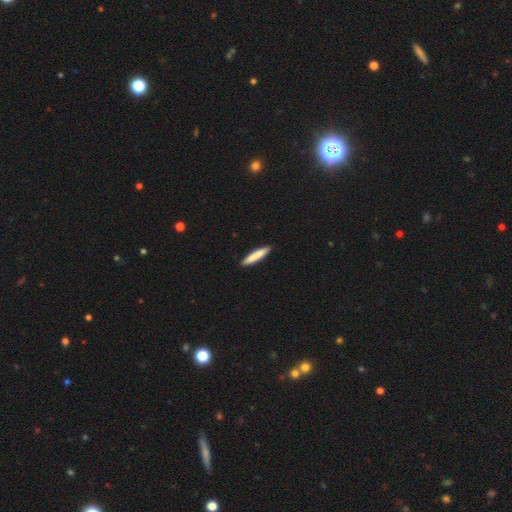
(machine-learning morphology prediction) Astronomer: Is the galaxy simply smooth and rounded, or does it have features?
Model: smooth — 82%.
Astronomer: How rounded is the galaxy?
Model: cigar-shaped — 92%.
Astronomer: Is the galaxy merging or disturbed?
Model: none — 91%.